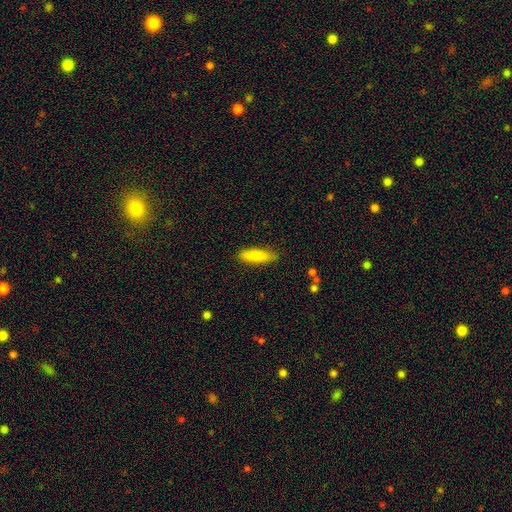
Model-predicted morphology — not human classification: Smooth or featured?
  - smooth: 86% *
  - featured or disk: 8%
  - star or artifact: 6%
How rounded?
  - cigar-shaped: 61% *
  - in between: 37%
  - round: 2%
Merging?
  - none: 86% *
  - minor disturbance: 11%
  - major disturbance: 2%
  - merger: 1%